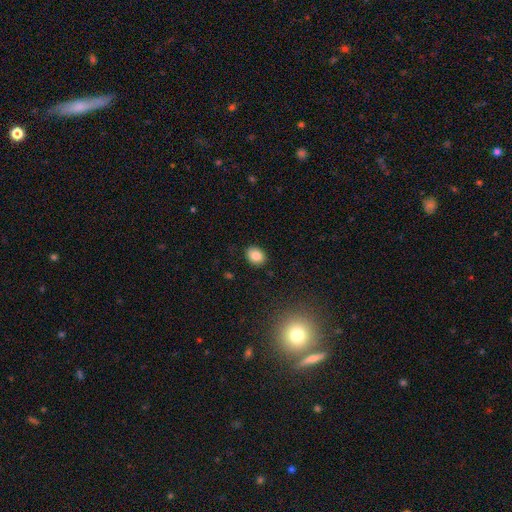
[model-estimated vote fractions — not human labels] A smooth galaxy with no disk features (85%) that is in between round and cigar-shaped (55%). Merging: none (88%).